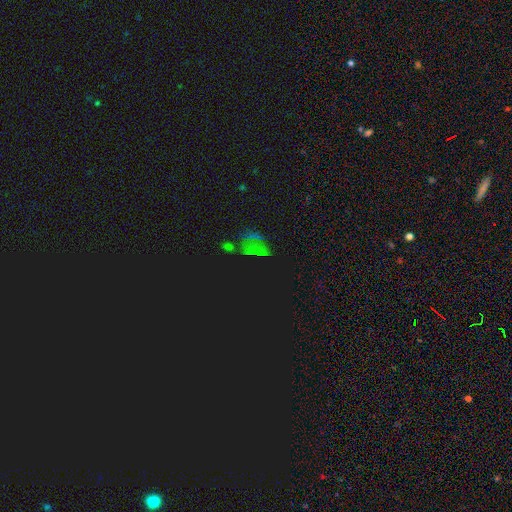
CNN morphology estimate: smooth-or-featured: star or artifact: 73% | smooth: 17% | featured or disk: 10%